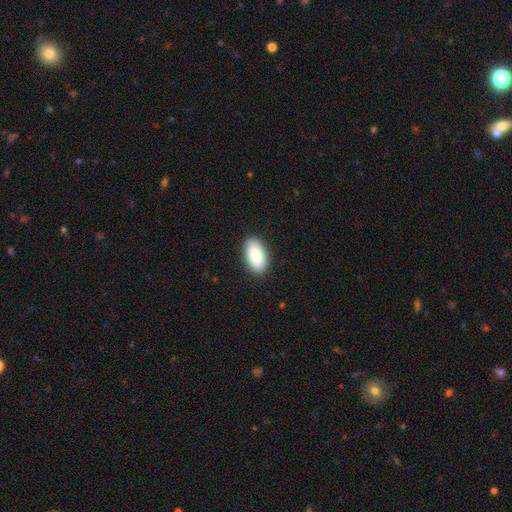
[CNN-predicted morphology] This is clearly a smooth galaxy (87%). How rounded: clearly in between (95%). Merging: clearly none (89%).